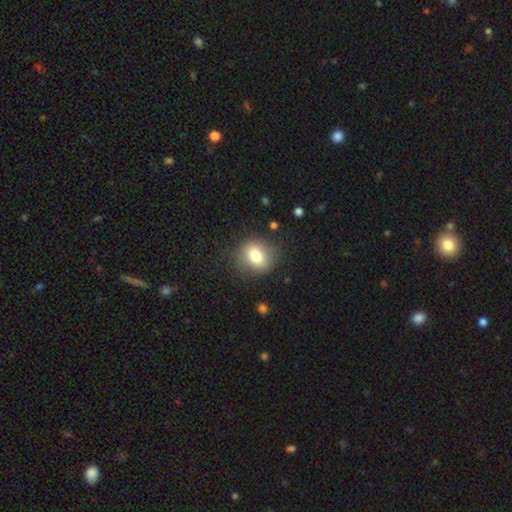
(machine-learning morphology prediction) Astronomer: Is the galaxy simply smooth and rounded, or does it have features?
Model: smooth — 79%.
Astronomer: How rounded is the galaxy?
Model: round — 69%.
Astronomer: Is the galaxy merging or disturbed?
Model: none — 81%.